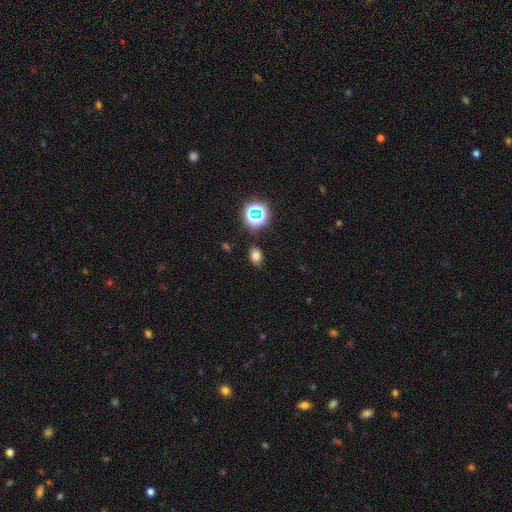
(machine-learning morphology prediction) smooth-or-featured: smooth: 74% | star or artifact: 20% | featured or disk: 7%
  how-rounded: in between: 68% | round: 31% | cigar-shaped: 1%
  merging: none: 84% | minor disturbance: 10% | major disturbance: 3% | merger: 2%